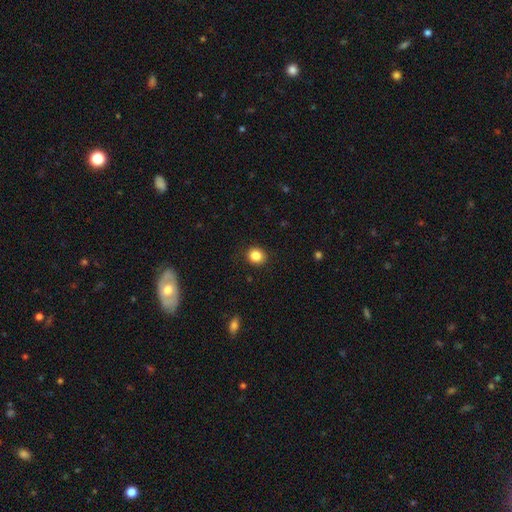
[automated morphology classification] The model was most divided on "how rounded": round: 82%, in between: 17%, cigar-shaped: 1%. More confident: merging — none (90%); smooth or featured — smooth (85%).